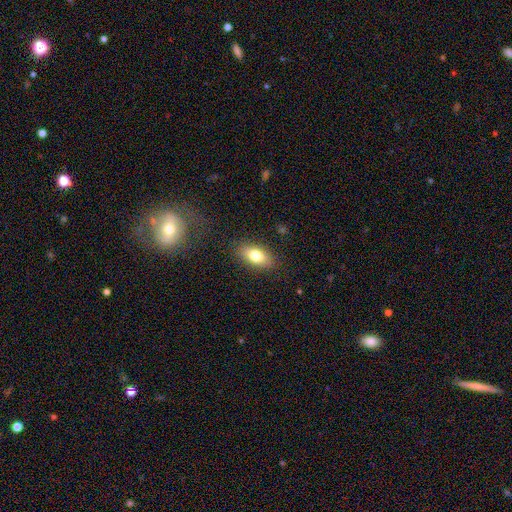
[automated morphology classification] A smooth galaxy with no disk features (78%) that is in between round and cigar-shaped (87%).

Vote fractions:
- Smooth or featured? smooth: 78% / featured or disk: 14% / star or artifact: 8%
- How rounded? in between: 87% / cigar-shaped: 7% / round: 6%
- Merging? none: 86% / minor disturbance: 10% / major disturbance: 3% / merger: 1%